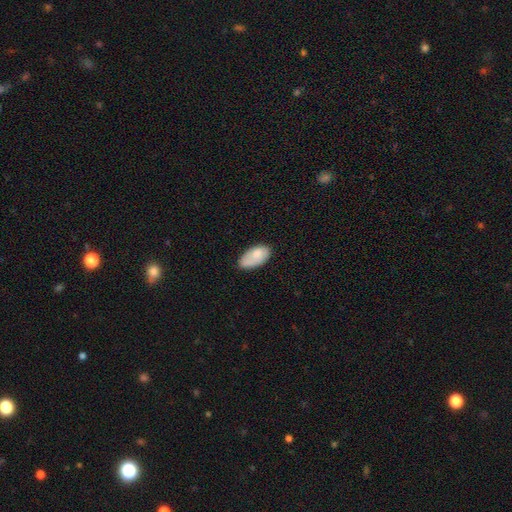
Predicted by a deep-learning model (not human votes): The model was most divided on "merging": none: 58%, minor disturbance: 31%, major disturbance: 8%, merger: 3%. More confident: how rounded — in between (94%); smooth or featured — smooth (77%).